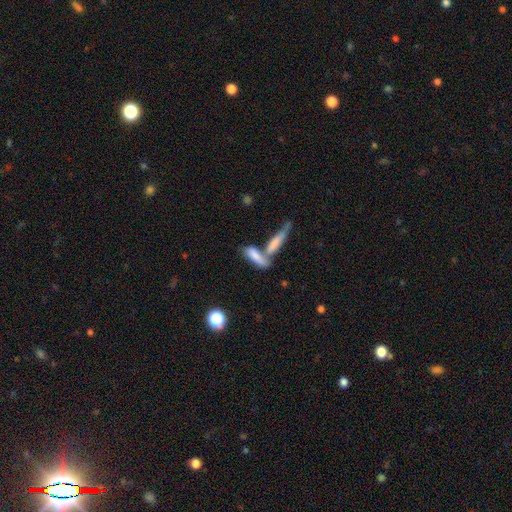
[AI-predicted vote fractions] Smooth or featured: smooth — 73% (featured or disk — 20%)
How rounded: cigar-shaped — 54% (in between — 43%)
Merging: merger — 56% (none — 30%)